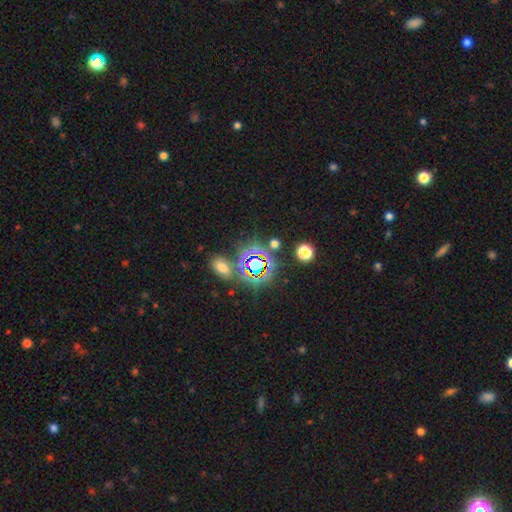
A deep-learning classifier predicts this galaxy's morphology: A star or artifact, not a galaxy (68%).